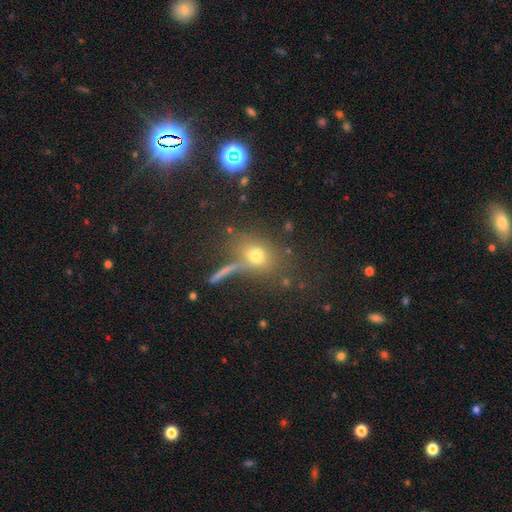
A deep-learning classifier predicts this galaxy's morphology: Smooth or featured? Predicted: smooth (p=0.63). How rounded? Predicted: round (p=0.57). Merging? Predicted: none (p=0.66).